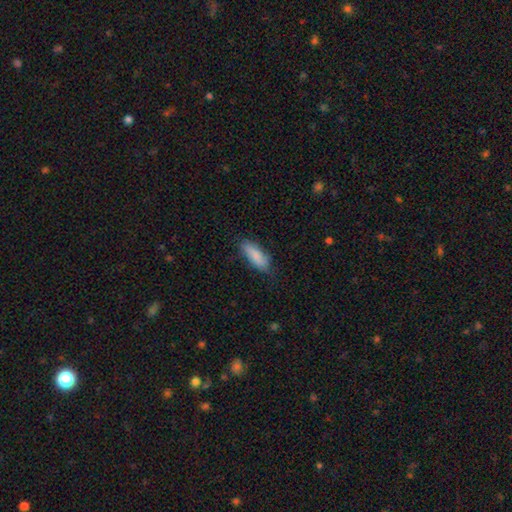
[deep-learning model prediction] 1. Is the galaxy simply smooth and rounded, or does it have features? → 84% smooth, 10% featured or disk, 6% star or artifact.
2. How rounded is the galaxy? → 71% in between, 27% cigar-shaped, 2% round.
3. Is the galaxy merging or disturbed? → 73% none, 21% minor disturbance, 4% major disturbance, 1% merger.